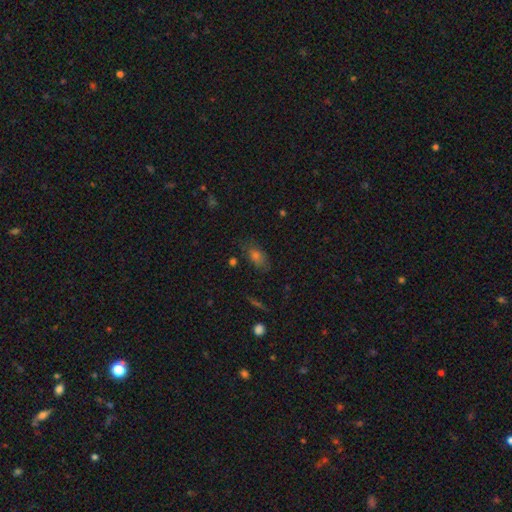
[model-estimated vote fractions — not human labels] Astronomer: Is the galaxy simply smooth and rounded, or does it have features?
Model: smooth — 65%.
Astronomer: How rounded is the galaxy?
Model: in between — 81%.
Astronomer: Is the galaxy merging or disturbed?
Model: none — 75%.